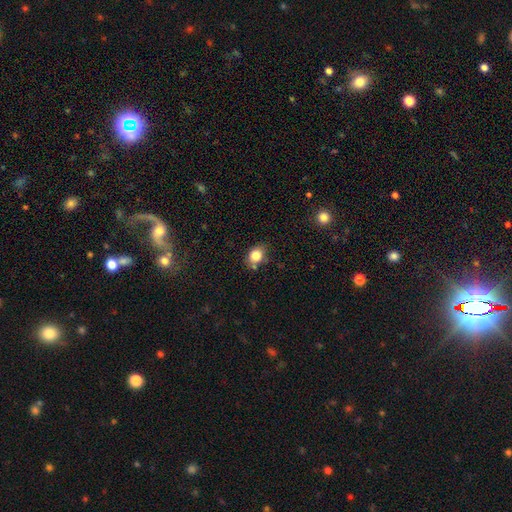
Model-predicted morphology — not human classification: A smooth galaxy with no disk features (82%) that is round (51%). Merging: none (68%).